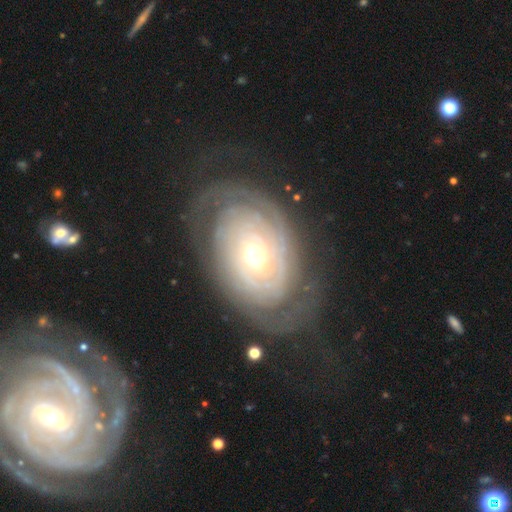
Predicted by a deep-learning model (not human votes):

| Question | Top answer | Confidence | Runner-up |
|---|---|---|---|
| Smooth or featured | featured or disk | 84% | smooth (11%) |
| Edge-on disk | no | 95% | yes (5%) |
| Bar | no | 76% | weak (17%) |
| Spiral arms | yes | 88% | no (12%) |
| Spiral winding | tight | 79% | medium (15%) |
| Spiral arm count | can't tell | 41% | 2 (28%) |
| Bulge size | moderate | 65% | small (25%) |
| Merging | none | 71% | minor disturbance (17%) |